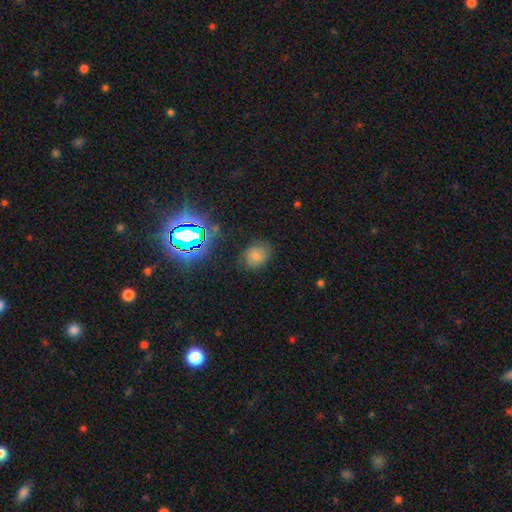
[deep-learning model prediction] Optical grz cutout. It shows a smooth galaxy with no disk features (50%) that is round (52%). Merging: none (81%).